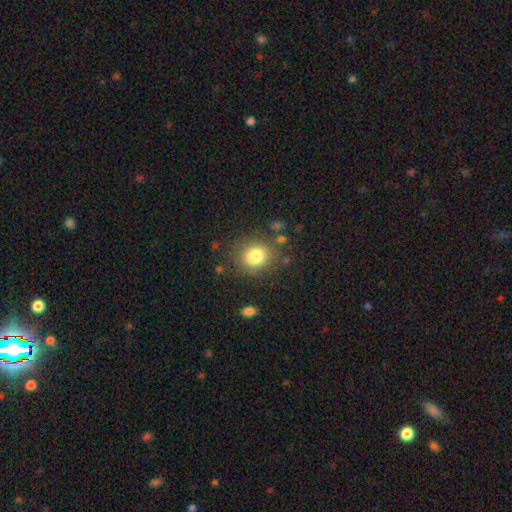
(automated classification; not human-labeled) A smooth galaxy with no disk features (81%) that is round (65%). Merging: none (77%).